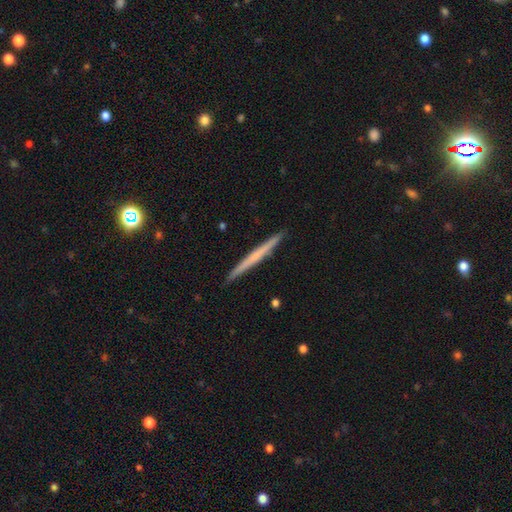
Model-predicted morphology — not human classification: The model was most divided on "smooth or featured" (2-way tie): featured or disk: 47%, smooth: 47%, star or artifact: 5%. More confident: merging — none (93%).